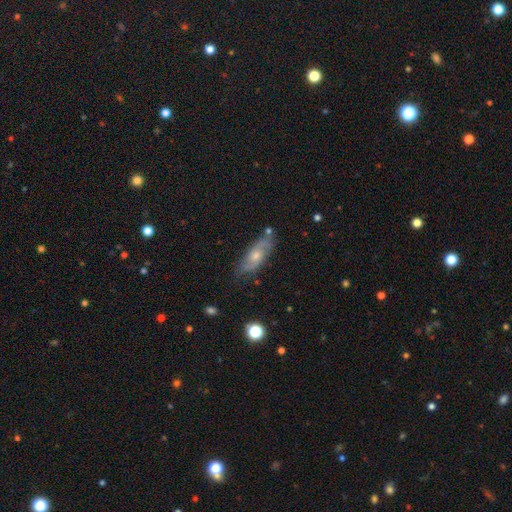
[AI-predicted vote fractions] Morphology: type=featured or disk (57%); edge-on=no (77%); merging=none (74%).